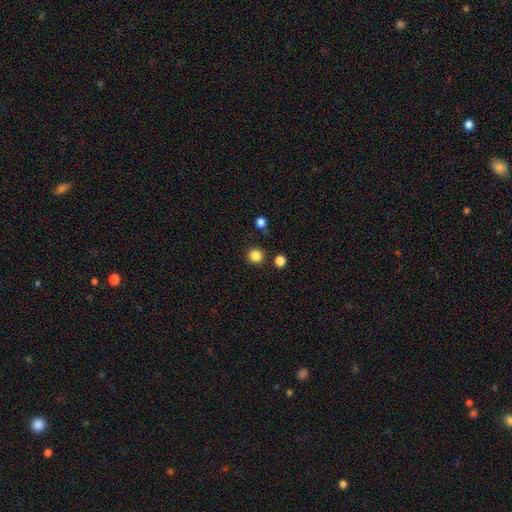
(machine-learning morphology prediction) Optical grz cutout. It shows a smooth galaxy with no disk features (84%) that is round (93%). Merging: none (87%).